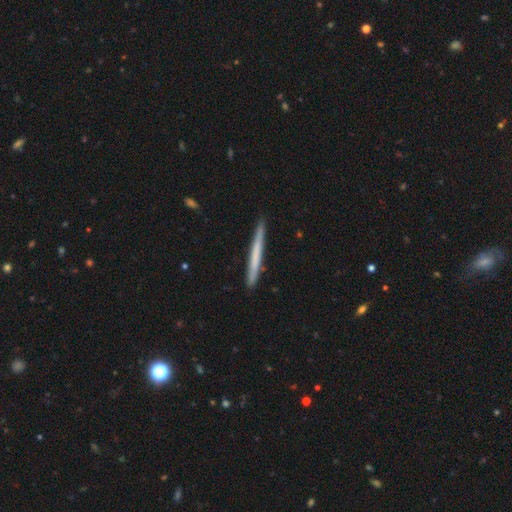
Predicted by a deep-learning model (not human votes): Smooth or featured?
  - smooth: 57% *
  - featured or disk: 38%
  - star or artifact: 5%
How rounded?
  - cigar-shaped: 97% *
  - in between: 1%
  - round: 1%
Merging?
  - none: 90% *
  - minor disturbance: 8%
  - major disturbance: 1%
  - merger: 1%